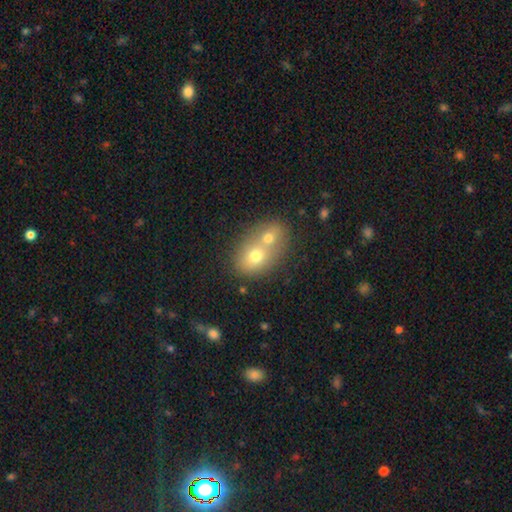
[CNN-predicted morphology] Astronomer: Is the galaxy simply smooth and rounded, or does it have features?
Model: smooth — 63%.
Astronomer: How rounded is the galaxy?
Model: in between — 52% (runner-up: round, 47%).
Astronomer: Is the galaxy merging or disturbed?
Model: merger — 67%.